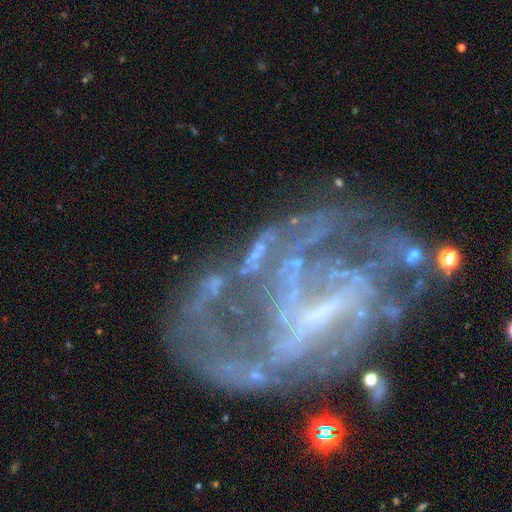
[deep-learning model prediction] Morphology: type=featured or disk (81%); edge-on=no (97%); bar=weak (38%); spiral arms=yes (76%); winding=medium (39%); arm count=can't tell (34%); bulge=none (48%); merging=none (42%).